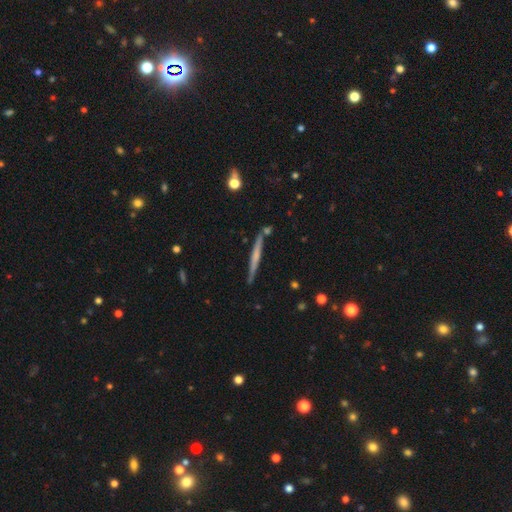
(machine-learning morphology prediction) This appears to be a featured or disk galaxy (54%) viewed edge-on (97%) with no central bulge (65%). Merging: none (86%).